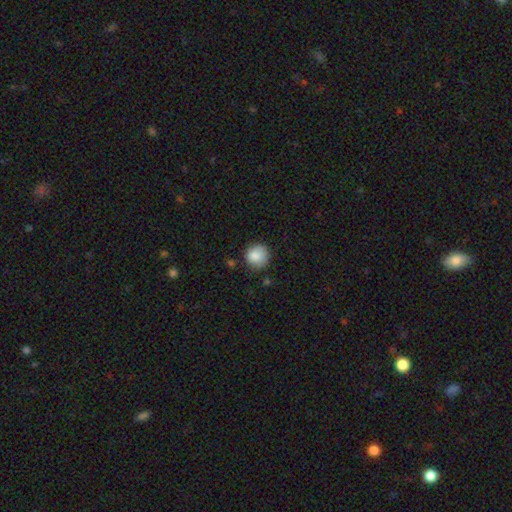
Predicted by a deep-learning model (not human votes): Q: Smooth or featured?
A: smooth (86%); runner-up: star or artifact (8%)
Q: How rounded?
A: round (92%); runner-up: in between (7%)
Q: Merging?
A: none (80%); runner-up: minor disturbance (15%)